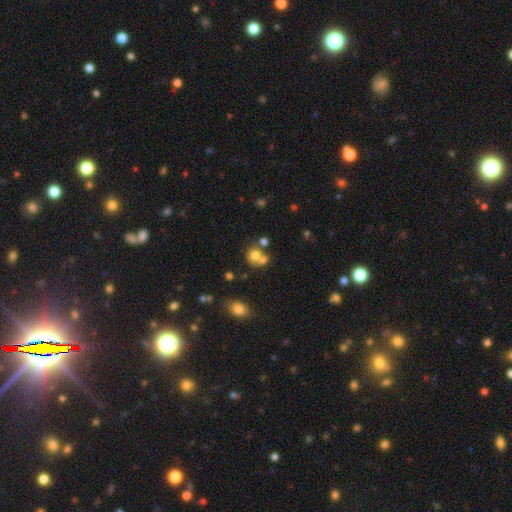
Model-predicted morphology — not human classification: This appears to be a smooth galaxy with no disk features (72%) that is round (79%). Merging: merger (45%).